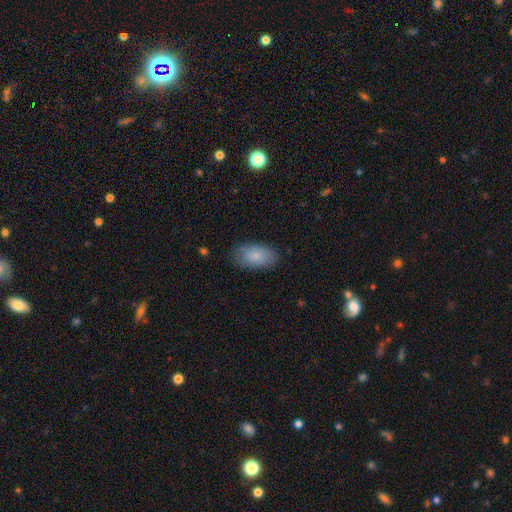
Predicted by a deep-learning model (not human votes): smooth_or_featured: smooth (p=0.85) [alt: featured or disk p=0.08]
how_rounded: in between (p=0.94) [alt: round p=0.05]
merging: none (p=0.84) [alt: minor disturbance p=0.12]